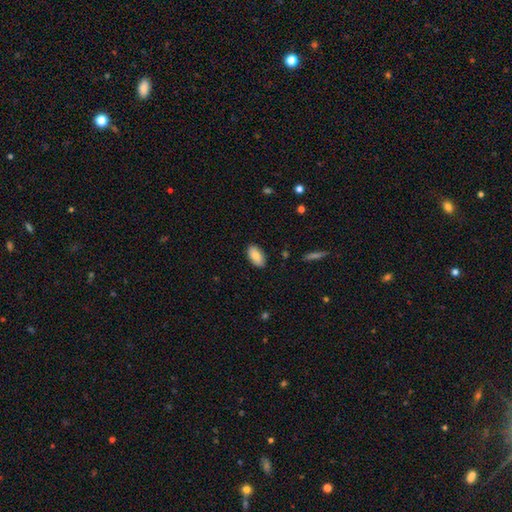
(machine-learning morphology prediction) A smooth galaxy with no disk features (82%) that is in between round and cigar-shaped (94%).

Vote fractions:
- Smooth or featured? smooth: 82% / featured or disk: 12% / star or artifact: 6%
- How rounded? in between: 94% / round: 4% / cigar-shaped: 2%
- Merging? none: 86% / minor disturbance: 11% / major disturbance: 2% / merger: 1%